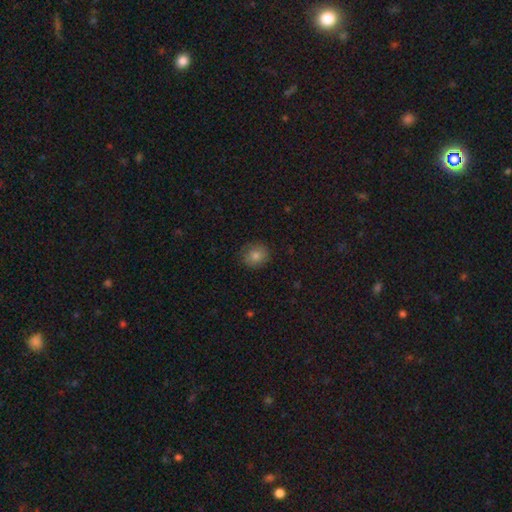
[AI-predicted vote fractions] smooth-or-featured: smooth: 79% | star or artifact: 12% | featured or disk: 9%
  how-rounded: round: 82% | in between: 17% | cigar-shaped: 1%
  merging: none: 84% | minor disturbance: 12% | major disturbance: 3% | merger: 1%